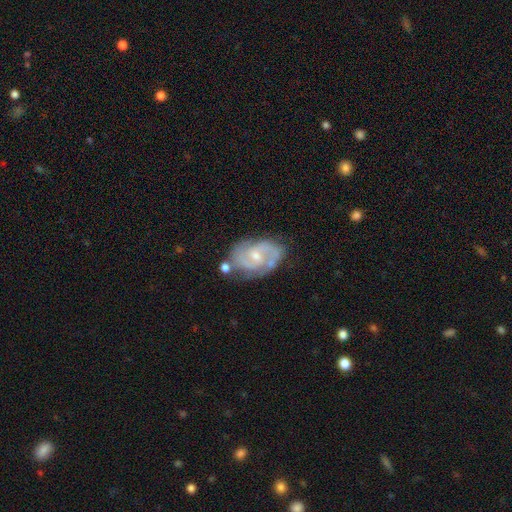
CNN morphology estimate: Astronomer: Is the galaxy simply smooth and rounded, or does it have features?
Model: featured or disk — 84%.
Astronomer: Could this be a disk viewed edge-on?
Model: no — 97%.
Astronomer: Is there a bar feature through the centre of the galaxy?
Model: weak — 46%, tied with no at 46%.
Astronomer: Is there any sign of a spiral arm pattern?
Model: yes — 95%.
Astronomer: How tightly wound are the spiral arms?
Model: medium — 51% (runner-up: tight, 34%).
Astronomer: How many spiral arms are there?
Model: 2 — 78%.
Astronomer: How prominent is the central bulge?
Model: small — 57% (runner-up: moderate, 39%).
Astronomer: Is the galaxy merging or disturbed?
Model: none — 66%.